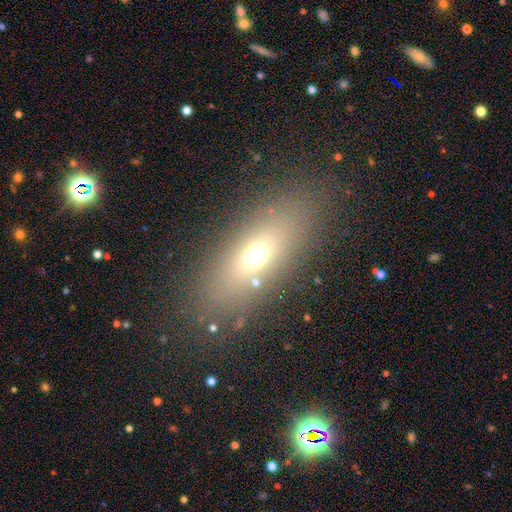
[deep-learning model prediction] A smooth galaxy with no disk features (61%) that is in between round and cigar-shaped (66%).

Vote fractions:
- Smooth or featured? smooth: 61% / featured or disk: 23% / star or artifact: 16%
- How rounded? in between: 66% / cigar-shaped: 27% / round: 7%
- Merging? none: 83% / minor disturbance: 9% / major disturbance: 5% / merger: 3%